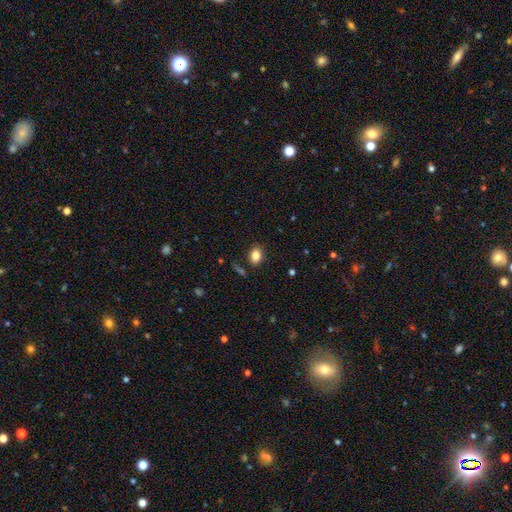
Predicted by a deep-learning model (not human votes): This appears to be a smooth galaxy with no disk features (83%) that is in between round and cigar-shaped (77%). Merging: none (82%).